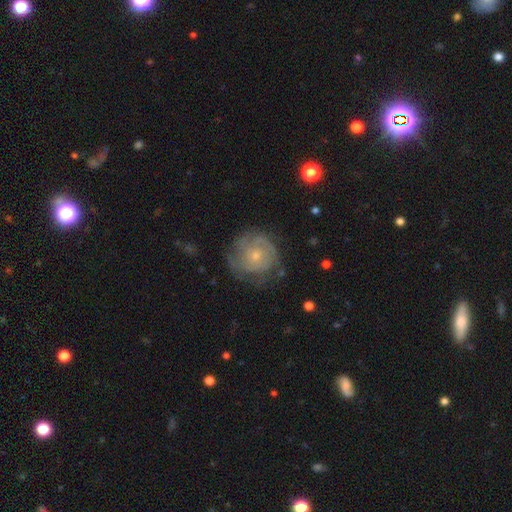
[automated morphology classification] featured or disk 64%, smooth 29%, star or artifact 8%. Down the decision tree: edge-on disk — no (97%); bar — no (82%); spiral arms — yes (78%); bulge size — small (66%); merging — none (63%).